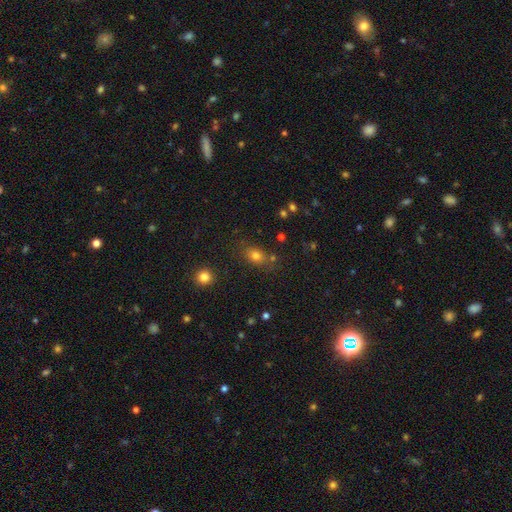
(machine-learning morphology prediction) smooth-or-featured: smooth: 77% | star or artifact: 15% | featured or disk: 9%
  how-rounded: in between: 61% | round: 37% | cigar-shaped: 2%
  merging: none: 72% | minor disturbance: 15% | merger: 9% | major disturbance: 5%